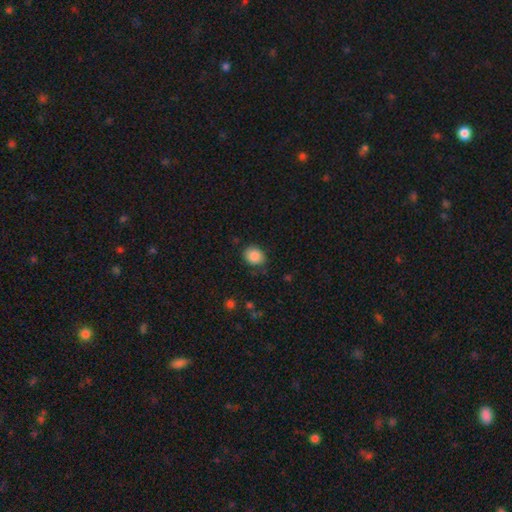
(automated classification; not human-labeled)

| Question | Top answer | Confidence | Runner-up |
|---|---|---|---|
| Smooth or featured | smooth | 87% | star or artifact (8%) |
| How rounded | round | 53% | in between (46%) |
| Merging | none | 78% | minor disturbance (17%) |